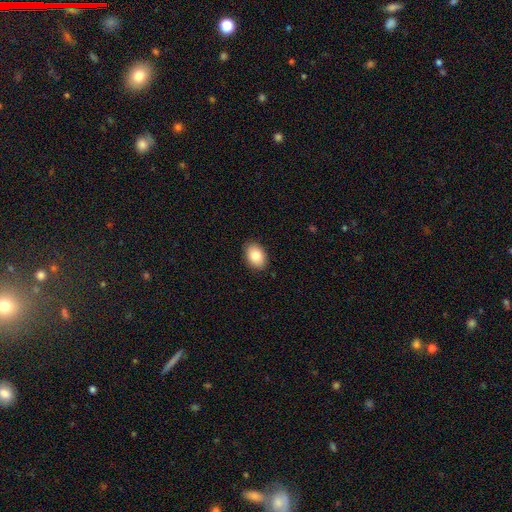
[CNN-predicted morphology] This appears to be a smooth galaxy with no disk features (85%) that is in between round and cigar-shaped (82%). Merging: none (89%).